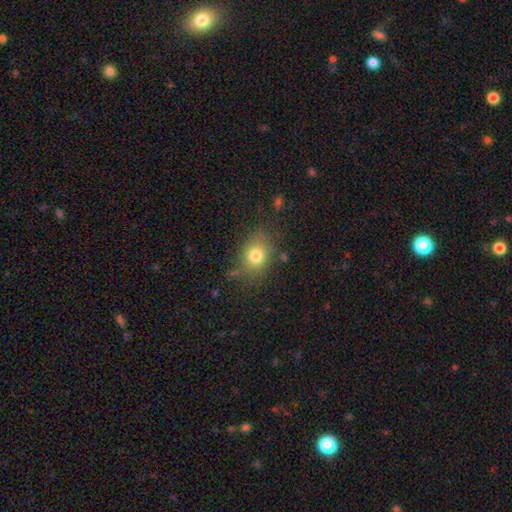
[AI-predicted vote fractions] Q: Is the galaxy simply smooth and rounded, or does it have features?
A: smooth — 76%.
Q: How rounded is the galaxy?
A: round — 51%.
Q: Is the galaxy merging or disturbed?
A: none — 73%.